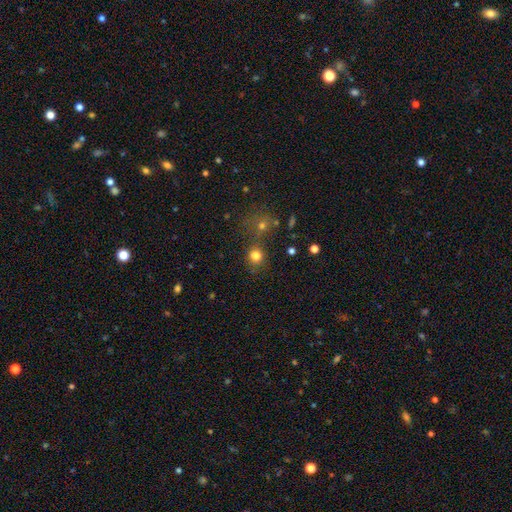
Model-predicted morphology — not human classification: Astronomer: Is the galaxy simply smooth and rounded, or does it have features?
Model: smooth — 78%.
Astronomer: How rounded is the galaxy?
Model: round — 83%.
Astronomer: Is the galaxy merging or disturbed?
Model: none — 64%.